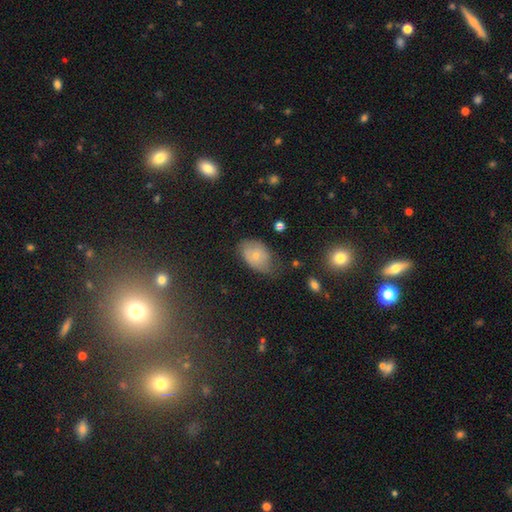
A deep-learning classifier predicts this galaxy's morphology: A smooth galaxy with no disk features (62%) that is in between round and cigar-shaped (85%). Merging: none (51%).